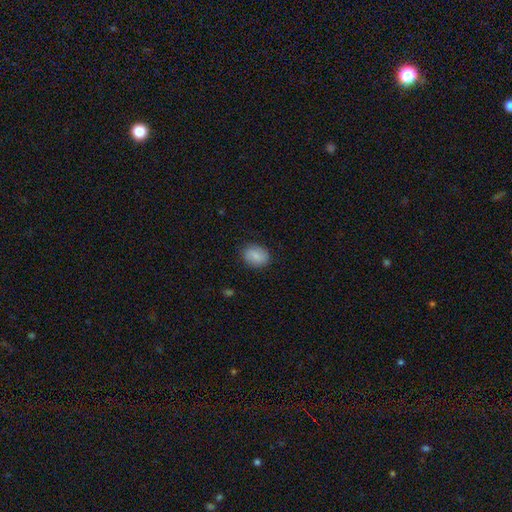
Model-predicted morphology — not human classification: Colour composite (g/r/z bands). It shows a smooth galaxy with no disk features (83%) that is in between round and cigar-shaped (62%). Merging: none (83%).